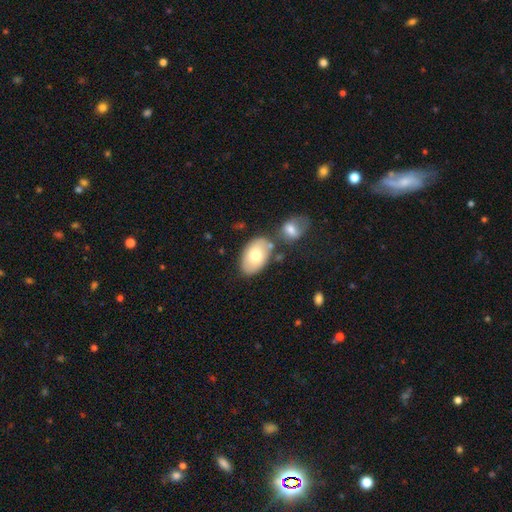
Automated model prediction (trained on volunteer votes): Overall: smooth (71%). How rounded: in between (91%). Merging: none (63%).